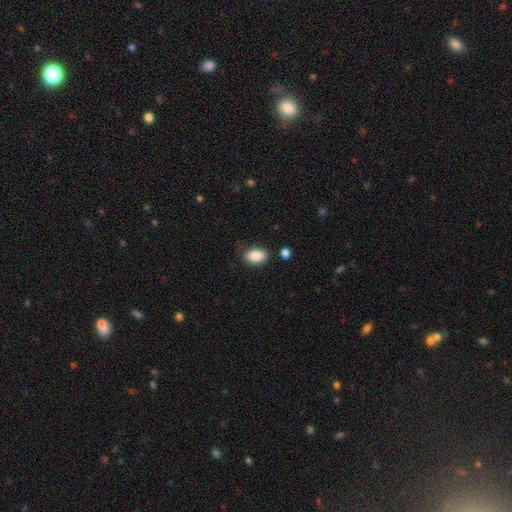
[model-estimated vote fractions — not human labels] Morphology: type=smooth (87%); roundness=in between (88%); merging=none (77%).